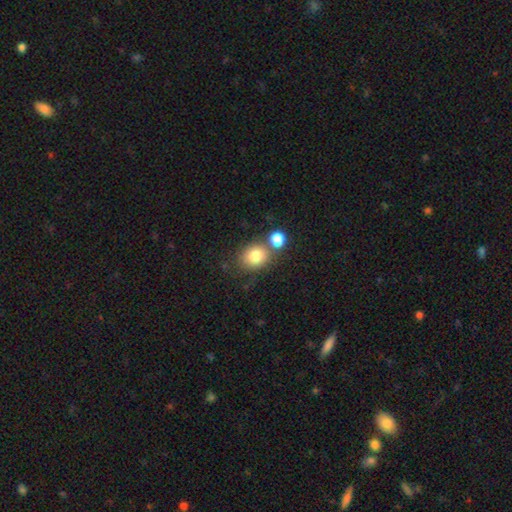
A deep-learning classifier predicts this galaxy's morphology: This is clearly a smooth galaxy (81%). How rounded: possibly round (56%). Merging: possibly none (59%).